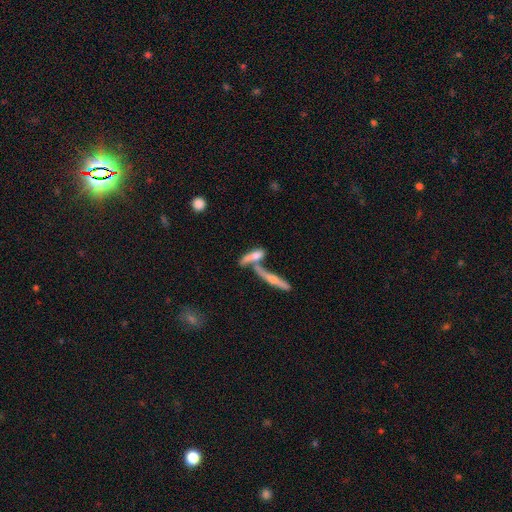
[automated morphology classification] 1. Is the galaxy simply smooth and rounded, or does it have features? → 51% smooth, 41% featured or disk, 8% star or artifact.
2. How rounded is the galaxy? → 67% cigar-shaped, 30% in between, 3% round.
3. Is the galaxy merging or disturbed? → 50% merger, 35% none, 9% minor disturbance, 6% major disturbance.